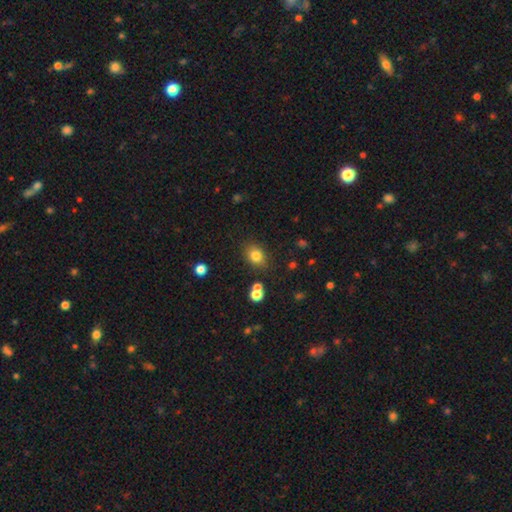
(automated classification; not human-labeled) Smooth or featured? smooth (80%)
How rounded? in between (60%)
Merging? none (78%)